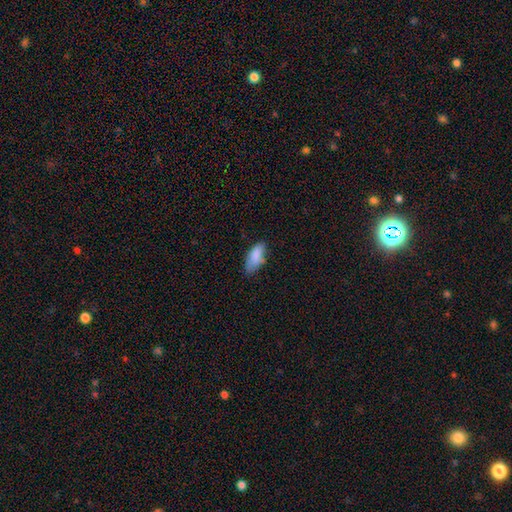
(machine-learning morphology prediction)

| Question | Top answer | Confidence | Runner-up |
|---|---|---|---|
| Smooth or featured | smooth | 84% | featured or disk (9%) |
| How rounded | in between | 84% | cigar-shaped (14%) |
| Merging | none | 62% | minor disturbance (29%) |